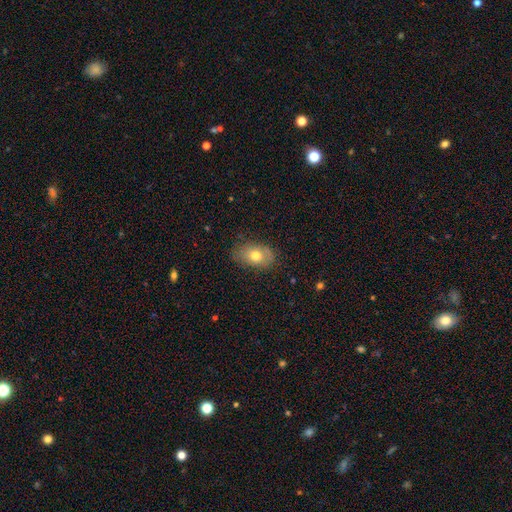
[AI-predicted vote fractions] This appears to be a smooth galaxy with no disk features (71%) that is in between round and cigar-shaped (84%). Merging: none (75%).